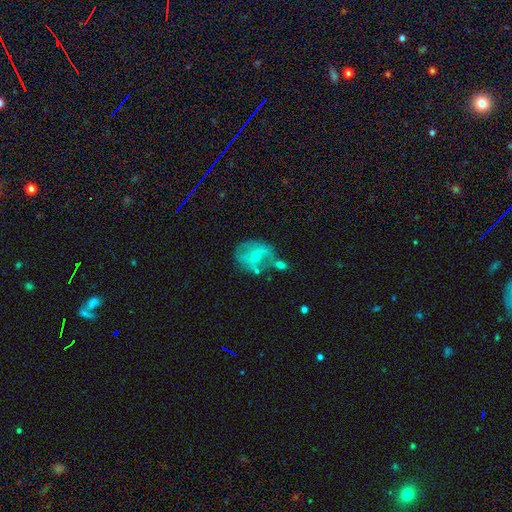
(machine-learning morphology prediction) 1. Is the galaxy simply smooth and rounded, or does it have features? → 64% featured or disk, 27% smooth, 9% star or artifact.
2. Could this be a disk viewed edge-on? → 96% no, 4% yes.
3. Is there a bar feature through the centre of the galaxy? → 42% weak, 40% no, 18% strong.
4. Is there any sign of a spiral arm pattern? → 66% yes, 34% no.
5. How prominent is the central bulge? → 67% small, 28% moderate, 2% none, 1% large, 1% dominant.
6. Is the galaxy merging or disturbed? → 41% none, 23% minor disturbance, 20% merger, 16% major disturbance.